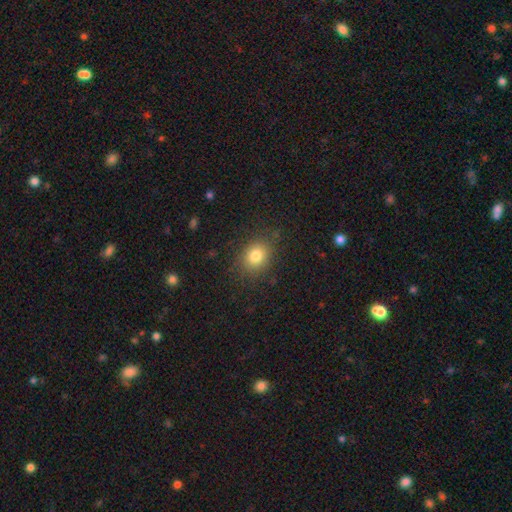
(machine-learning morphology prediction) Overall: smooth (80%). How rounded: round (52%; in between 47%). Merging: none (84%).